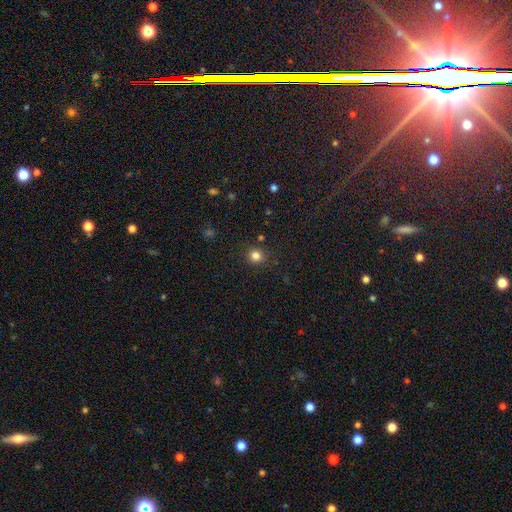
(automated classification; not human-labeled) smooth-or-featured: smooth: 83% | star or artifact: 13% | featured or disk: 5%
  how-rounded: round: 87% | in between: 12% | cigar-shaped: 1%
  merging: none: 88% | minor disturbance: 7% | major disturbance: 3% | merger: 2%